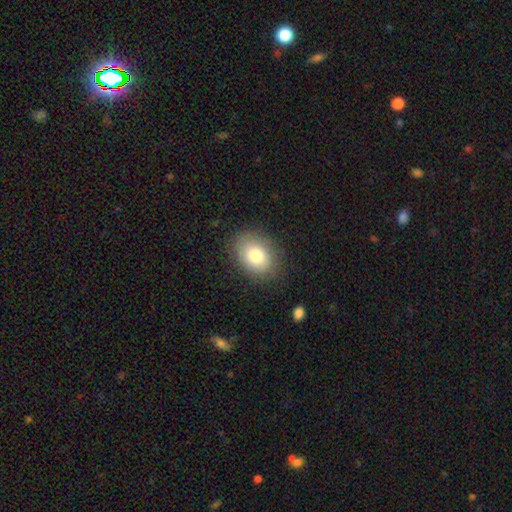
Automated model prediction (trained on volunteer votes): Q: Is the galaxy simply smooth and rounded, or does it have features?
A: smooth — 79%.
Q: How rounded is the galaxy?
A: in between — 70%.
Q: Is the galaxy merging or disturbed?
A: none — 84%.